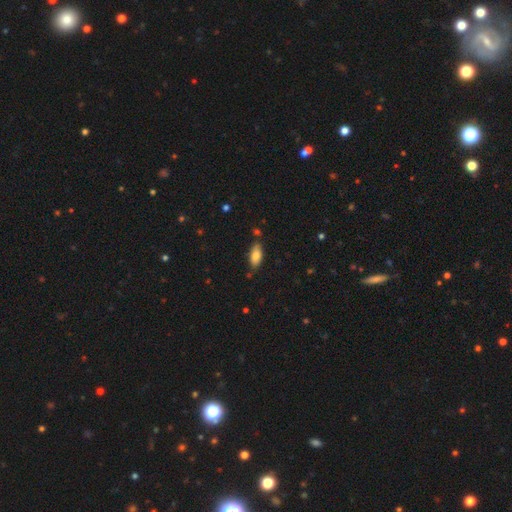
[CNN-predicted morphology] This is likely a smooth galaxy (80%). How rounded: clearly in between (88%). Merging: likely none (76%).